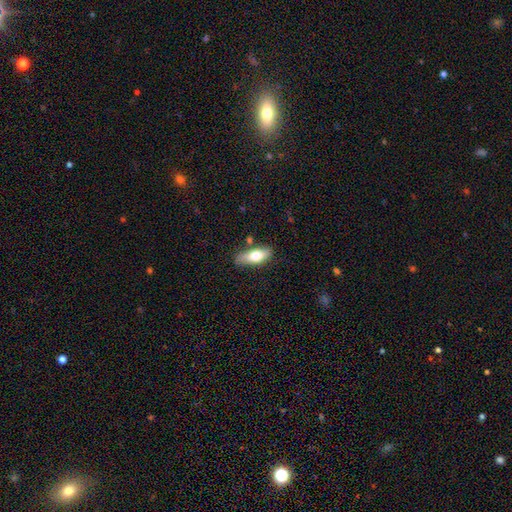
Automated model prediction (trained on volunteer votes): This is likely a smooth galaxy (70%). How rounded: likely in between (72%). Merging: likely none (72%).